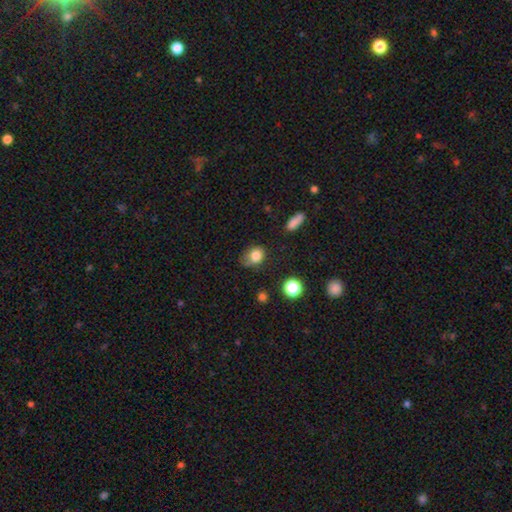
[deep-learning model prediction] smooth 81%, star or artifact 11%, featured or disk 8%. Down the decision tree: how rounded — in between (57%); merging — none (50%).